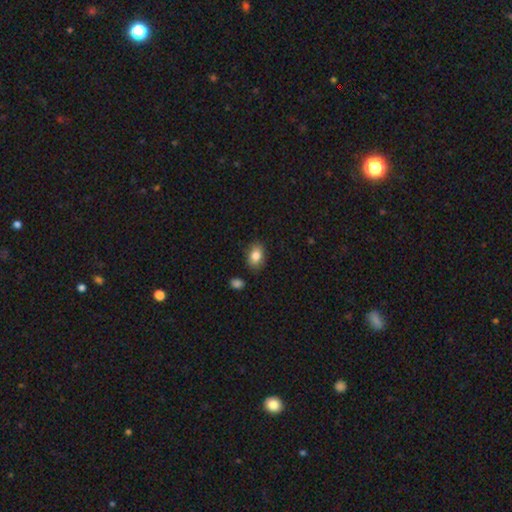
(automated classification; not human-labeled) The model was most divided on "how rounded": in between: 81%, round: 18%, cigar-shaped: 1%. More confident: merging — none (85%); smooth or featured — smooth (84%).